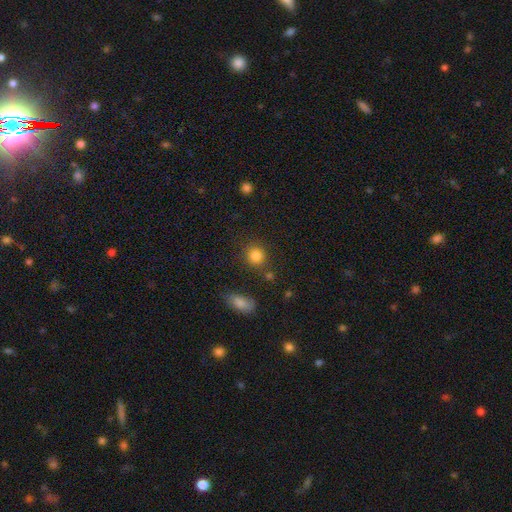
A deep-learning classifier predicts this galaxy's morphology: Smooth or featured?
  - smooth: 84% *
  - star or artifact: 11%
  - featured or disk: 5%
How rounded?
  - round: 83% *
  - in between: 15%
  - cigar-shaped: 1%
Merging?
  - none: 78% *
  - minor disturbance: 10%
  - merger: 8%
  - major disturbance: 4%